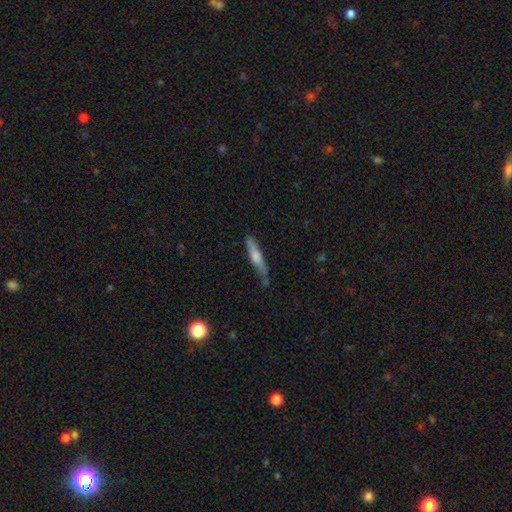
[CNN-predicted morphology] Q: Smooth or featured?
A: smooth (50%); runner-up: featured or disk (44%)
Q: Merging?
A: none (73%); runner-up: minor disturbance (19%)